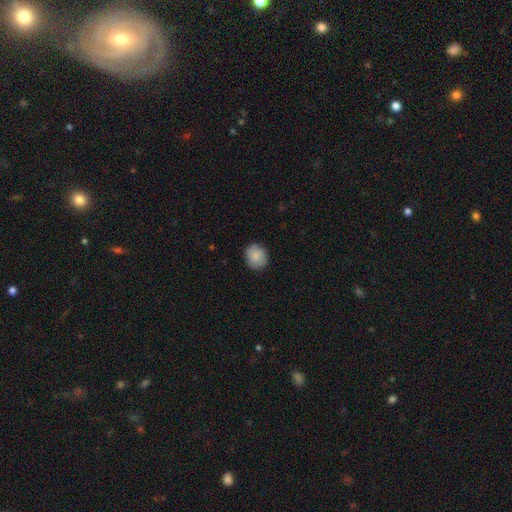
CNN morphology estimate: Overall: smooth (86%). How rounded: round (77%). Merging: none (85%).